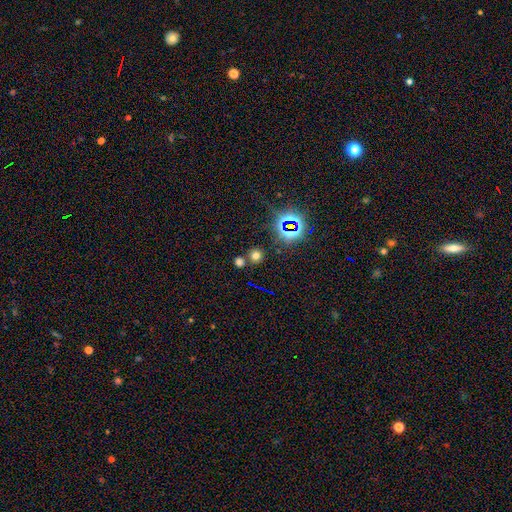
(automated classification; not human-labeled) smooth-or-featured: smooth: 62% | star or artifact: 30% | featured or disk: 8%
  how-rounded: round: 91% | in between: 8% | cigar-shaped: 1%
  merging: none: 74% | merger: 16% | minor disturbance: 7% | major disturbance: 3%